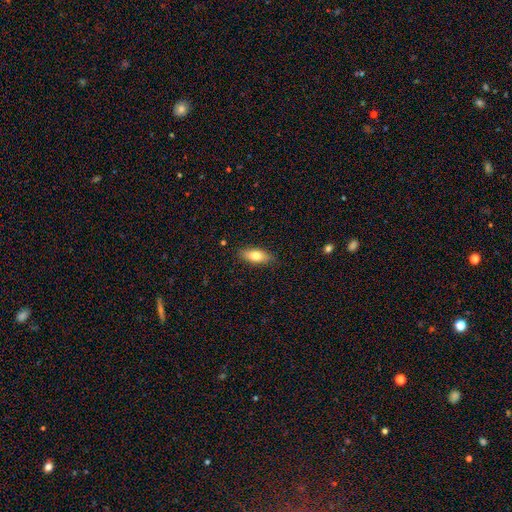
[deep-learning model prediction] Q: Smooth or featured?
A: smooth (75%); runner-up: featured or disk (18%)
Q: How rounded?
A: in between (77%); runner-up: cigar-shaped (20%)
Q: Merging?
A: none (86%); runner-up: minor disturbance (11%)